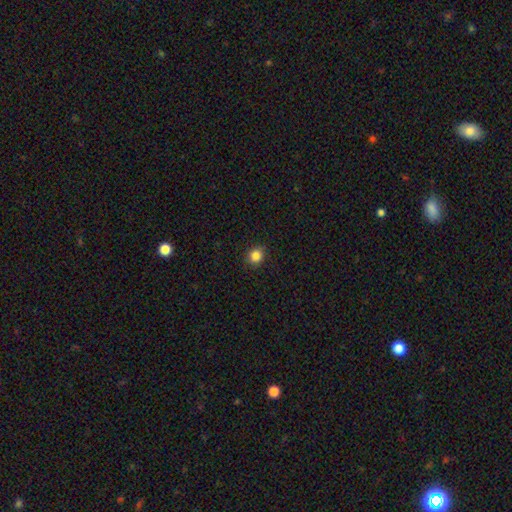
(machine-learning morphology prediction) Overall: smooth (84%). How rounded: round (80%). Merging: none (89%).